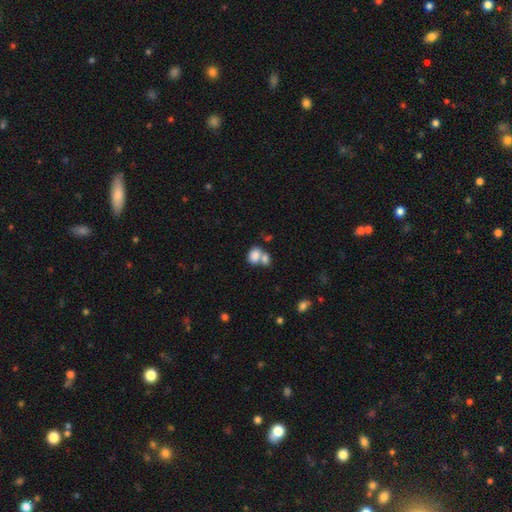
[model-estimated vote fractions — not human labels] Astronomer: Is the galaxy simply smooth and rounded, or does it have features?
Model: smooth — 81%.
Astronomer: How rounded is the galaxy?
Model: in between — 74%.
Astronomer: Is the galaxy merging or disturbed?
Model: merger — 58%.